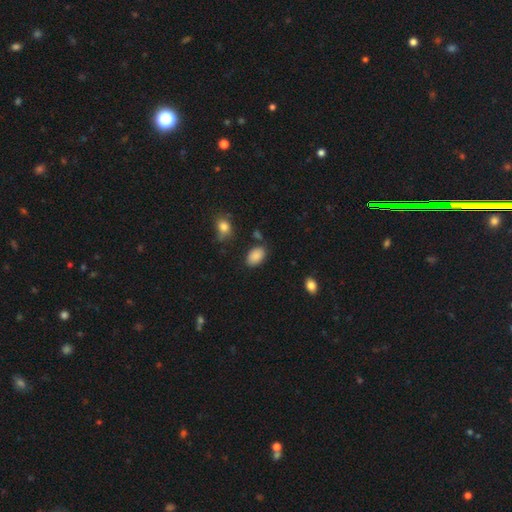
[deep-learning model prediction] This appears to be a smooth galaxy with no disk features (88%) that is in between round and cigar-shaped (90%). Merging: none (80%).